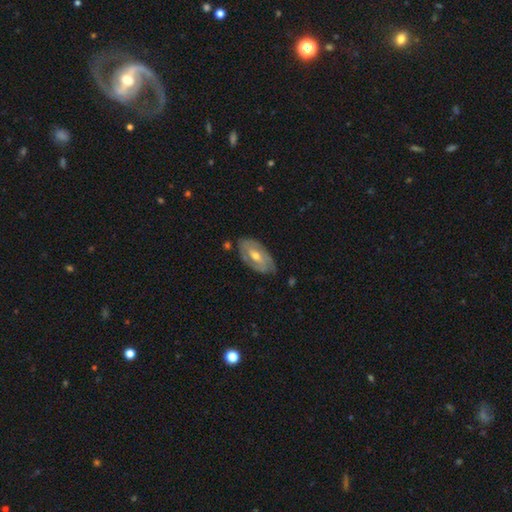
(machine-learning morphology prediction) This appears to be a featured or disk galaxy (65%) with a weak bar (45%), spiral arms (67%) and a moderate central bulge (64%). Merging: none (73%).